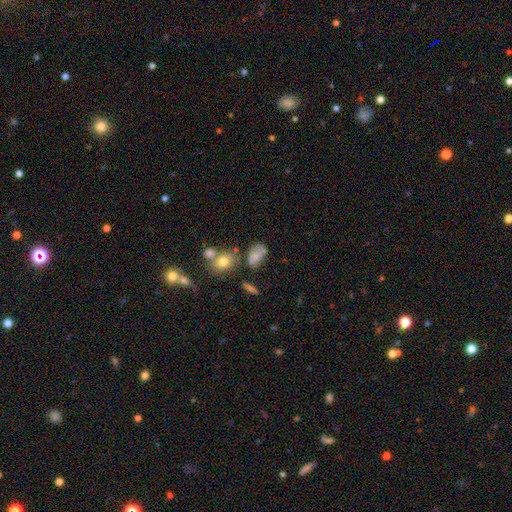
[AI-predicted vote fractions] The model was most divided on "merging": none: 45%, minor disturbance: 23%, merger: 21%, major disturbance: 11%. More confident: how rounded — in between (81%); smooth or featured — smooth (69%).